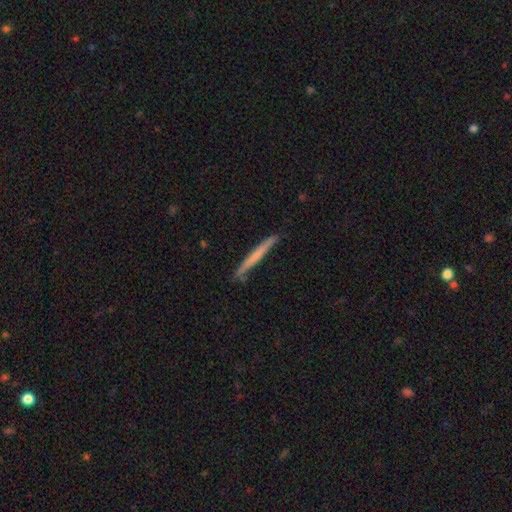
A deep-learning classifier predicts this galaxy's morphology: The model was most divided on "smooth or featured": smooth: 55%, featured or disk: 39%, star or artifact: 5%. More confident: how rounded — cigar-shaped (97%); merging — none (86%).